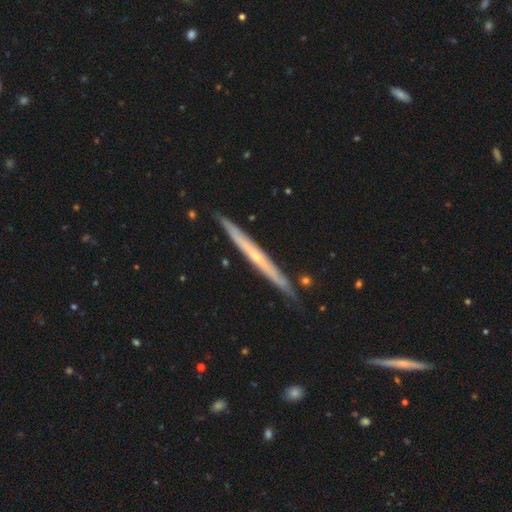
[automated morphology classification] Smooth or featured? Predicted: featured or disk (p=0.69). Edge-on disk? Predicted: yes (p=0.96). Edge-on bulge? Predicted: none (p=0.62). Merging? Predicted: none (p=0.87).